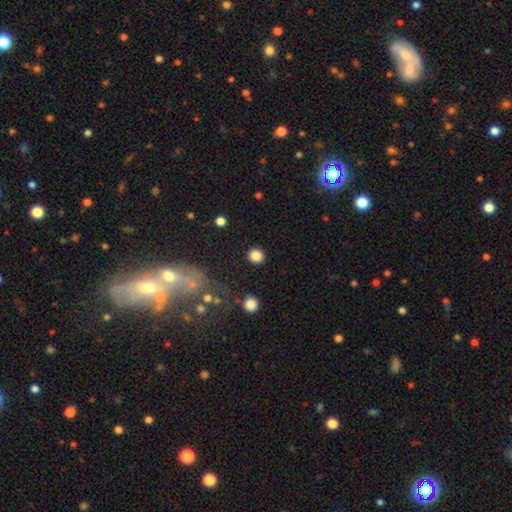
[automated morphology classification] Overall: smooth (85%). How rounded: round (92%). Merging: none (91%).